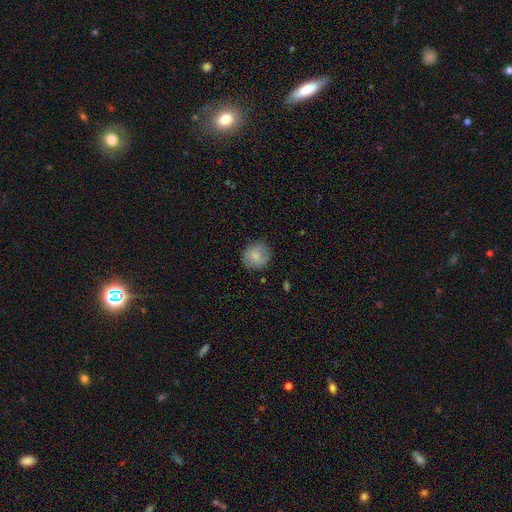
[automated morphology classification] This appears to be a smooth galaxy with no disk features (77%) that is round (88%). Merging: none (81%).